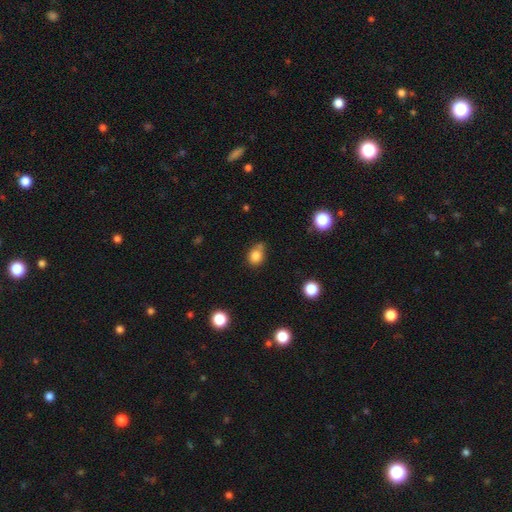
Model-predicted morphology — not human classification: The model was most divided on "how rounded": round: 58%, in between: 41%, cigar-shaped: 1%. More confident: smooth or featured — smooth (82%); merging — none (54%).